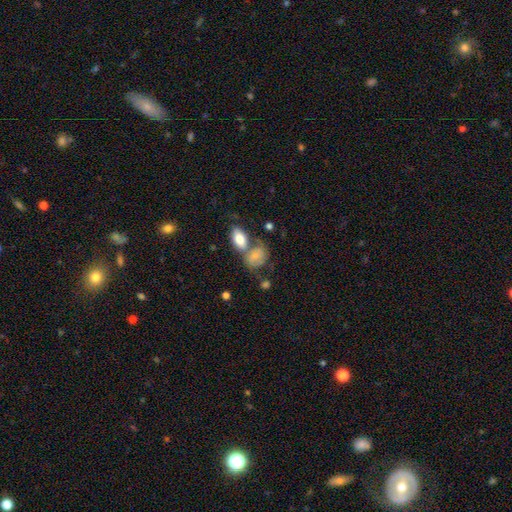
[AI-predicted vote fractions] Overall: smooth (57%; featured or disk 35%). How rounded: in between (70%). Merging: merger (38%; none 34%).